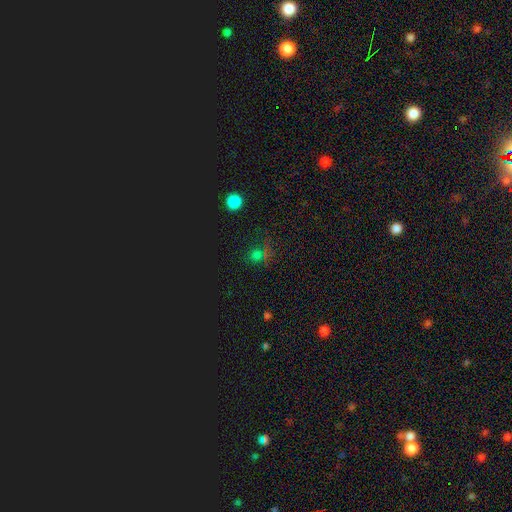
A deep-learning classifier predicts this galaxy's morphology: A star or artifact, not a galaxy (48%).

Vote fractions:
- Smooth or featured? star or artifact: 48% / smooth: 40% / featured or disk: 12%